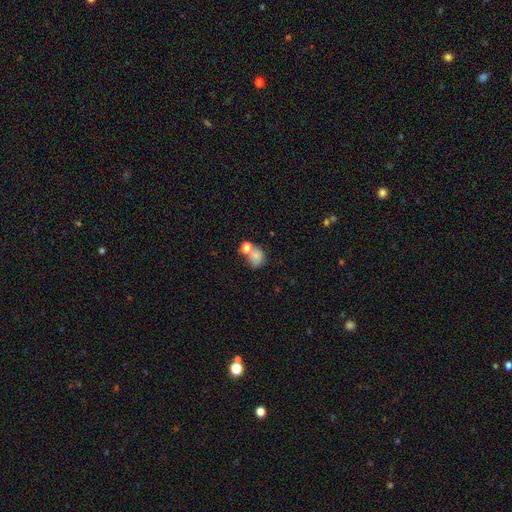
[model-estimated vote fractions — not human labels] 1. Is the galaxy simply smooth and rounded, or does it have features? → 75% smooth, 13% featured or disk, 13% star or artifact.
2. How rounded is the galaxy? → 65% round, 34% in between, 1% cigar-shaped.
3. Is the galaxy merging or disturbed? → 41% none, 37% merger, 14% minor disturbance, 8% major disturbance.